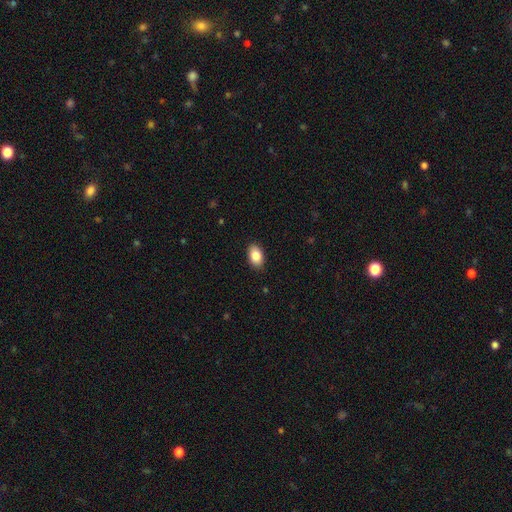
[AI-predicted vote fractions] Overall: smooth (86%). How rounded: in between (90%). Merging: none (89%).